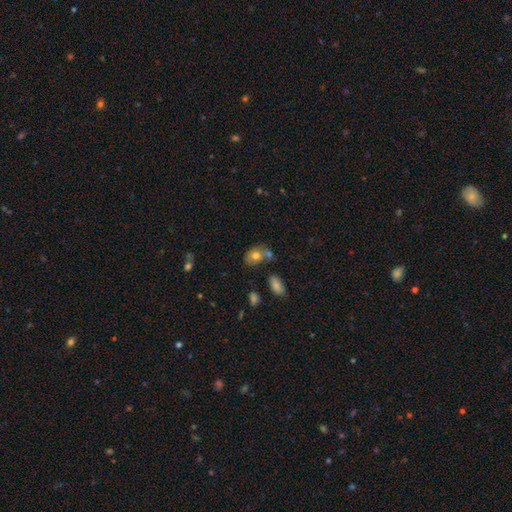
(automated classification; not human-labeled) This is likely a smooth galaxy (73%). How rounded: likely in between (65%). Merging: possibly none (52%).